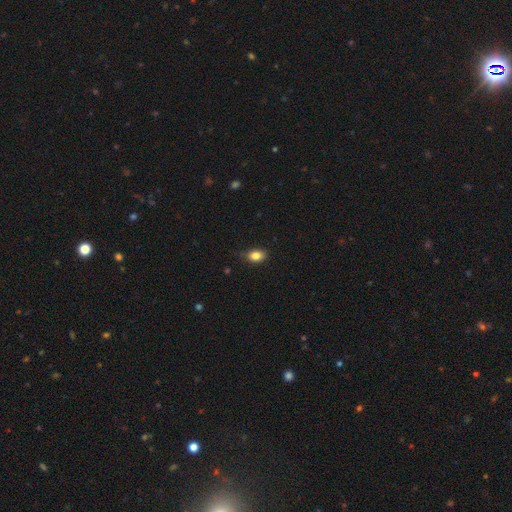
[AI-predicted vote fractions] Smooth or featured? smooth (83%)
How rounded? in between (76%)
Merging? none (73%)